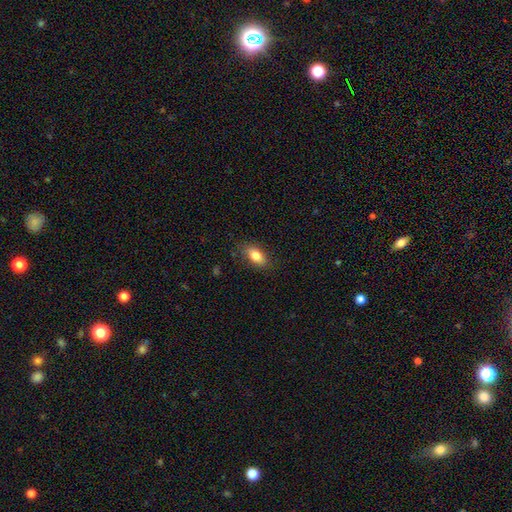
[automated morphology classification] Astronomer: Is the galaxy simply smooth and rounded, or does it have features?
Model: smooth — 82%.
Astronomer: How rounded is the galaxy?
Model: in between — 87%.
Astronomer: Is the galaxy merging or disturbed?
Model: none — 82%.